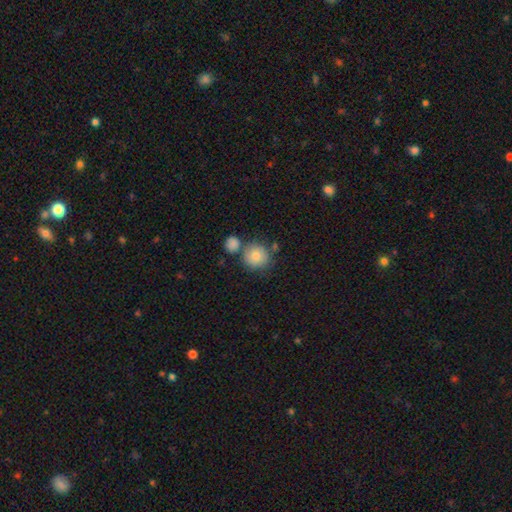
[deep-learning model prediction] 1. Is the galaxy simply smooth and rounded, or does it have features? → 81% smooth, 9% featured or disk, 9% star or artifact.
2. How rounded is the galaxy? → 91% round, 8% in between, 1% cigar-shaped.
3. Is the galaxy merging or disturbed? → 64% none, 21% merger, 11% minor disturbance, 4% major disturbance.